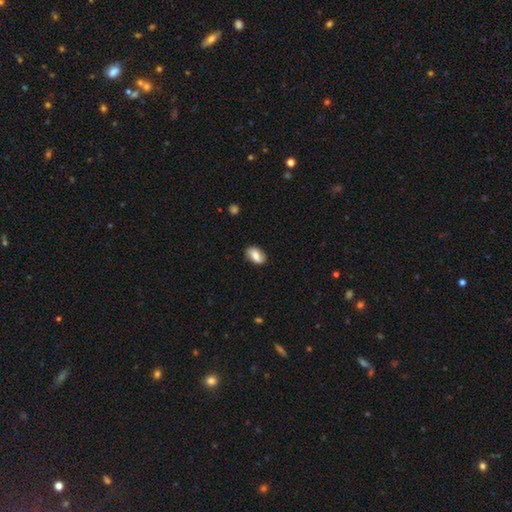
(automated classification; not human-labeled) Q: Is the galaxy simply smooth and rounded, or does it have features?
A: smooth — 71%.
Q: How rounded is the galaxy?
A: in between — 90%.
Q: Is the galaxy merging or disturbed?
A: none — 82%.